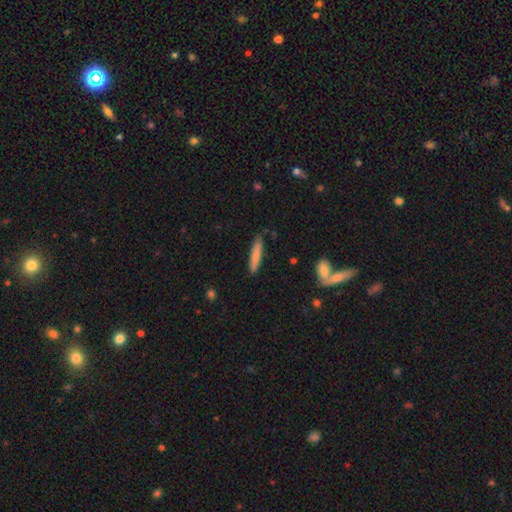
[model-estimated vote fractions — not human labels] Smooth or featured?
  - smooth: 79% *
  - featured or disk: 15%
  - star or artifact: 6%
How rounded?
  - cigar-shaped: 90% *
  - in between: 8%
  - round: 1%
Merging?
  - none: 86% *
  - minor disturbance: 11%
  - major disturbance: 2%
  - merger: 2%